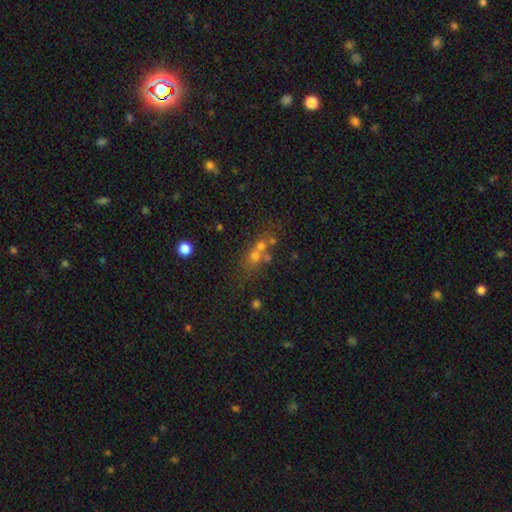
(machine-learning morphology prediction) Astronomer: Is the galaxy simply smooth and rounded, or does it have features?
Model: smooth — 49% (runner-up: star or artifact, 26%).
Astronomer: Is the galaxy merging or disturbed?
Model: merger — 45% (runner-up: none, 39%).